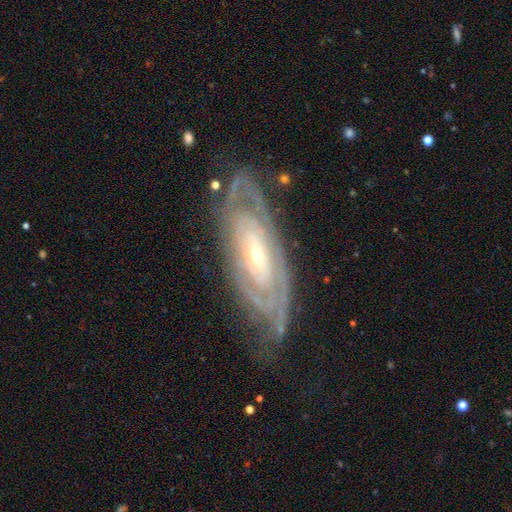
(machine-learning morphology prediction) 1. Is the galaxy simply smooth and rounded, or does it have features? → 85% featured or disk, 9% smooth, 6% star or artifact.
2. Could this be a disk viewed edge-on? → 88% no, 12% yes.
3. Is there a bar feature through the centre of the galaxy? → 63% no, 25% weak, 12% strong.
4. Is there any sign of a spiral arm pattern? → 89% yes, 11% no.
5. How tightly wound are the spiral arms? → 79% tight, 17% medium, 5% loose.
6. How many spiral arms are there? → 47% can't tell, 24% 2, 11% 3, 8% 4, 6% more than 4, 5% 1.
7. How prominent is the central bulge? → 65% small, 31% moderate, 2% large, 1% none, 1% dominant.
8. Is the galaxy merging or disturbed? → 73% none, 18% minor disturbance, 8% major disturbance, 2% merger.